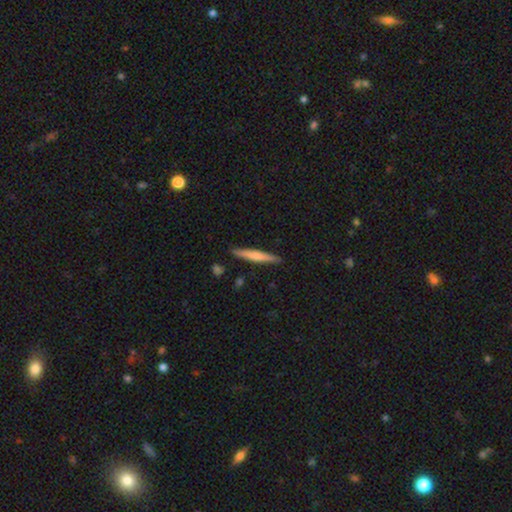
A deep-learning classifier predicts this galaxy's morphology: smooth-or-featured: smooth: 56% | featured or disk: 38% | star or artifact: 5%
  how-rounded: cigar-shaped: 95% | in between: 4% | round: 1%
  merging: none: 89% | minor disturbance: 8% | major disturbance: 1% | merger: 1%